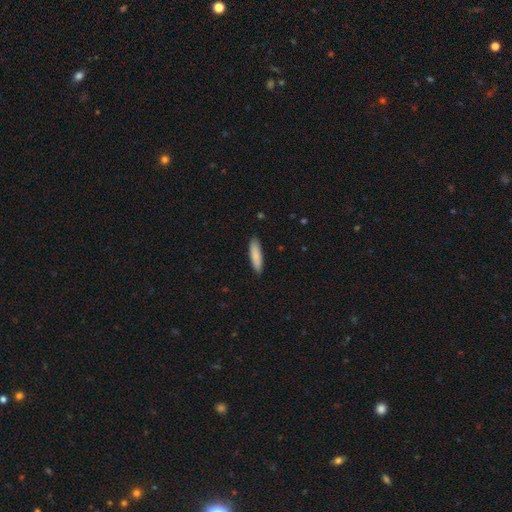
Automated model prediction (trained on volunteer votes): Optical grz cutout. It shows a smooth galaxy with no disk features (87%) that is cigar-shaped (71%). Merging: none (90%).